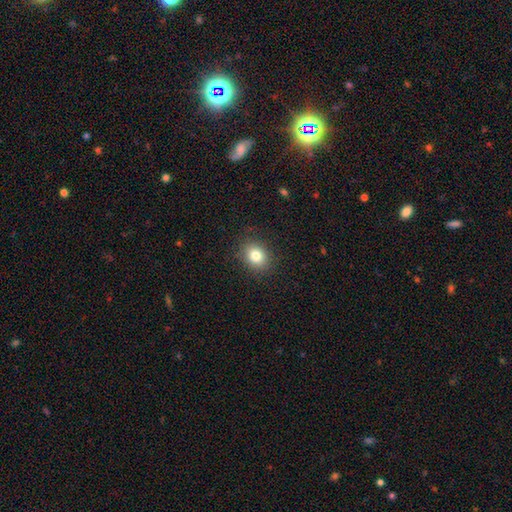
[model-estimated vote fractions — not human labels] A smooth galaxy with no disk features (81%) that is round (59%). Merging: none (88%).